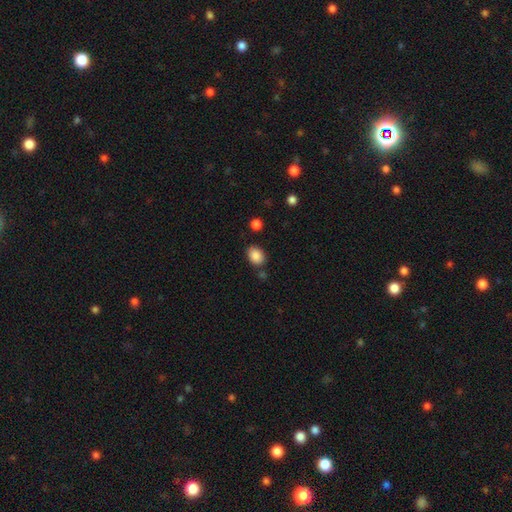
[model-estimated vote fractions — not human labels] smooth_or_featured: smooth (p=0.88) [alt: star or artifact p=0.09]
how_rounded: in between (p=0.62) [alt: round p=0.37]
merging: none (p=0.79) [alt: minor disturbance p=0.13]